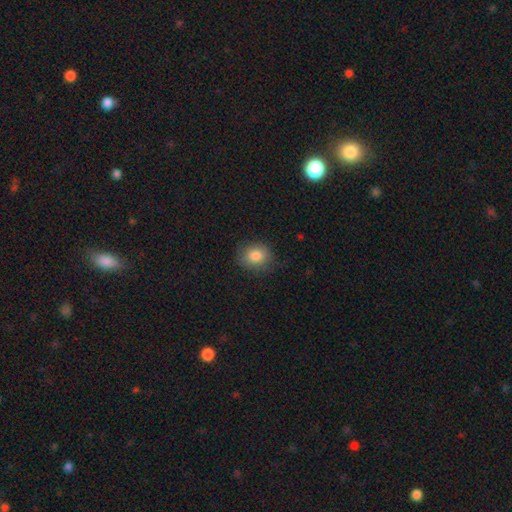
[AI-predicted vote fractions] This appears to be a smooth galaxy with no disk features (83%) that is round (65%). Merging: none (78%).